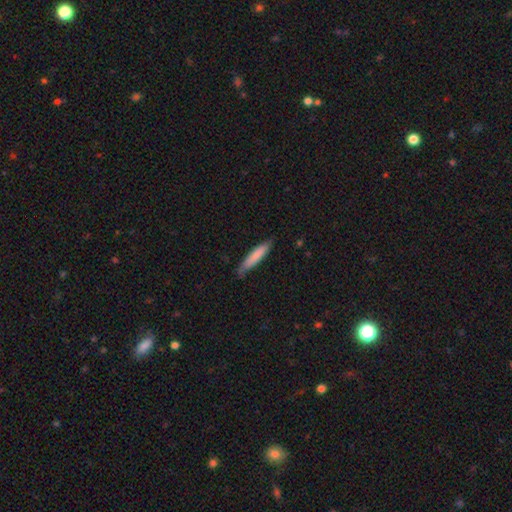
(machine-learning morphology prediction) A smooth galaxy with no disk features (79%) that is cigar-shaped (88%). Merging: none (76%).